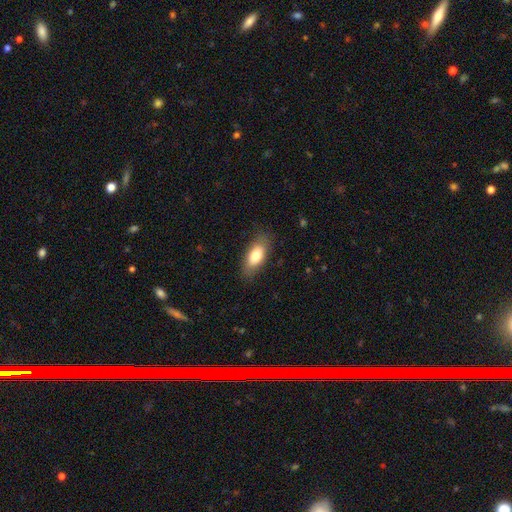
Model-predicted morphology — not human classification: smooth-or-featured: smooth: 76% | featured or disk: 17% | star or artifact: 7%
  how-rounded: in between: 86% | cigar-shaped: 10% | round: 4%
  merging: none: 81% | minor disturbance: 14% | major disturbance: 4% | merger: 1%